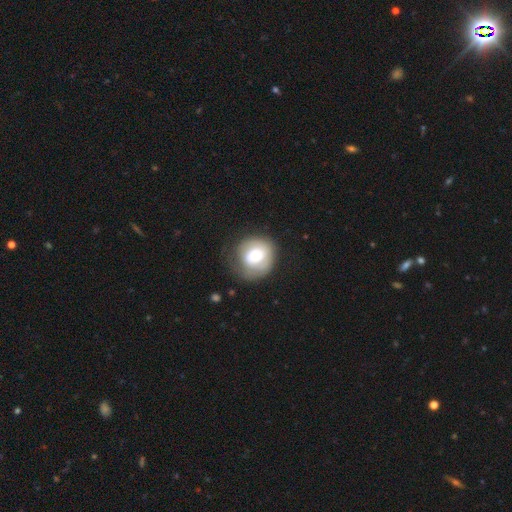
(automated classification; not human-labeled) Smooth or featured? smooth (50%)
How rounded? round (85%)
Merging? none (63%)